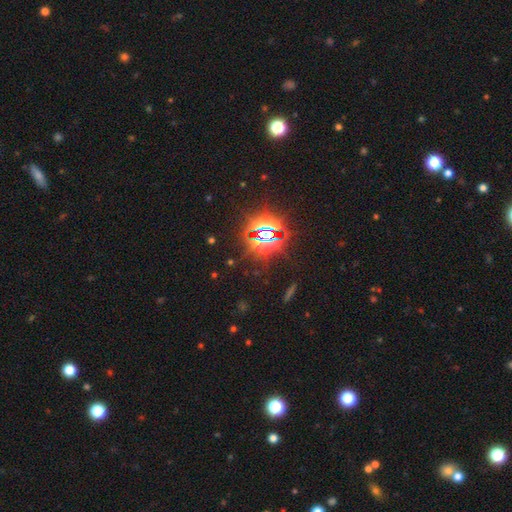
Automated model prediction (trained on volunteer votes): Smooth or featured: star or artifact — 77% (smooth — 16%)